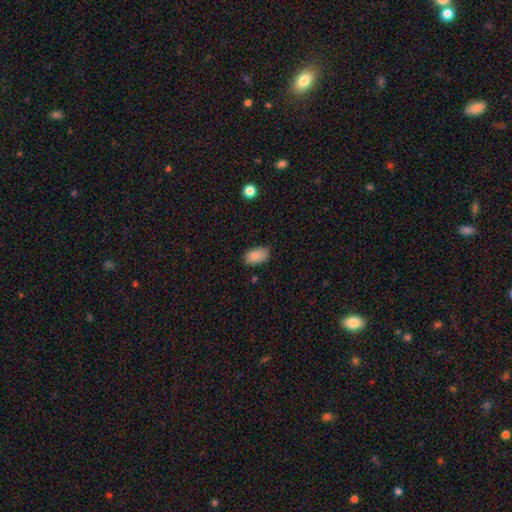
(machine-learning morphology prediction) Smooth or featured? Predicted: smooth (p=0.88). How rounded? Predicted: in between (p=0.93). Merging? Predicted: none (p=0.80).